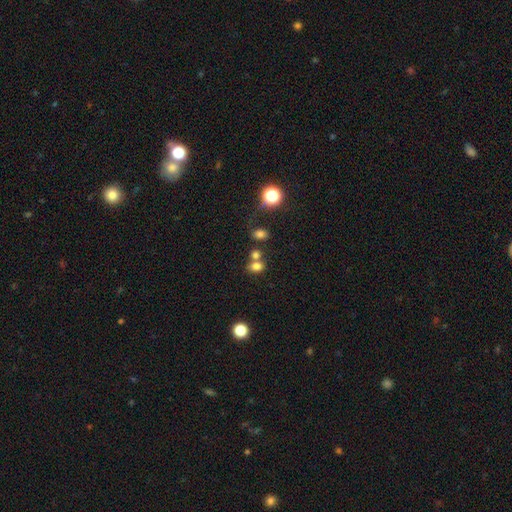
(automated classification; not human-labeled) Smooth or featured? smooth (74%)
How rounded? in between (50%)
Merging? none (48%)